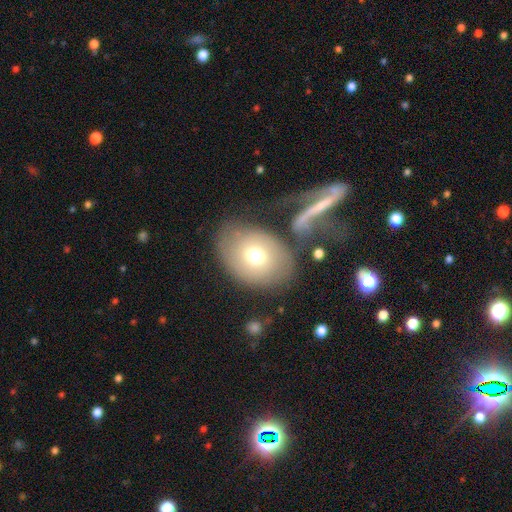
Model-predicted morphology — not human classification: type=smooth (64%); roundness=in between (61%); merging=none (60%).